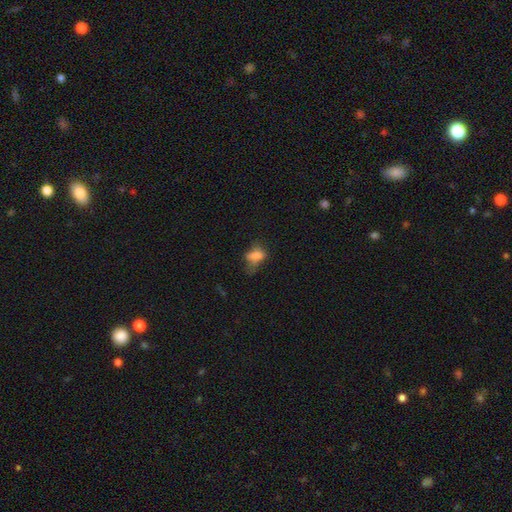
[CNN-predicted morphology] Smooth or featured?
  - smooth: 68% *
  - featured or disk: 18%
  - star or artifact: 14%
How rounded?
  - in between: 80% *
  - round: 15%
  - cigar-shaped: 6%
Merging?
  - major disturbance: 35% *
  - none: 31%
  - minor disturbance: 29%
  - merger: 6%